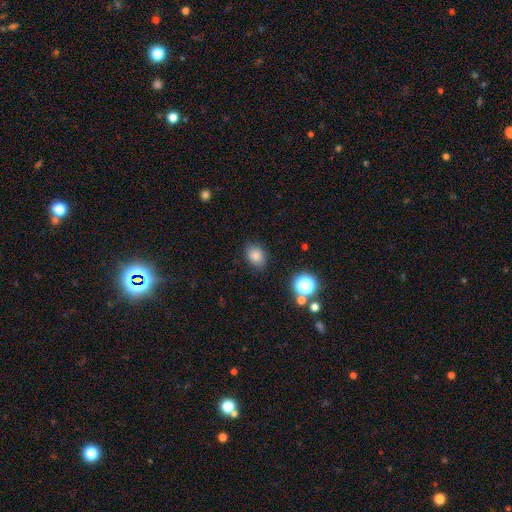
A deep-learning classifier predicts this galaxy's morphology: smooth-or-featured: smooth: 81% | star or artifact: 13% | featured or disk: 6%
  how-rounded: in between: 61% | round: 38% | cigar-shaped: 1%
  merging: none: 79% | minor disturbance: 15% | major disturbance: 4% | merger: 2%